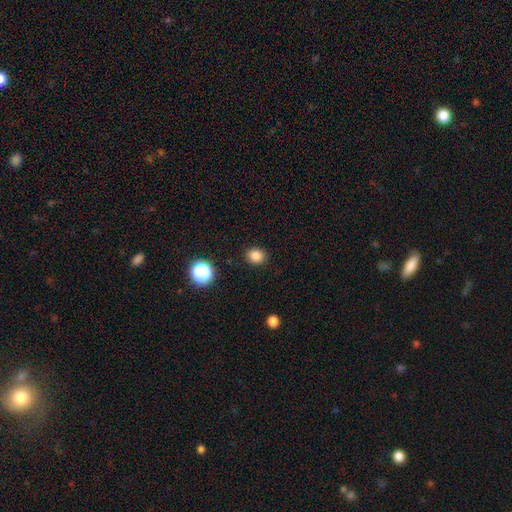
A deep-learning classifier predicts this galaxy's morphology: The model was most divided on "how rounded": round: 72%, in between: 27%, cigar-shaped: 1%. More confident: merging — none (89%); smooth or featured — smooth (84%).